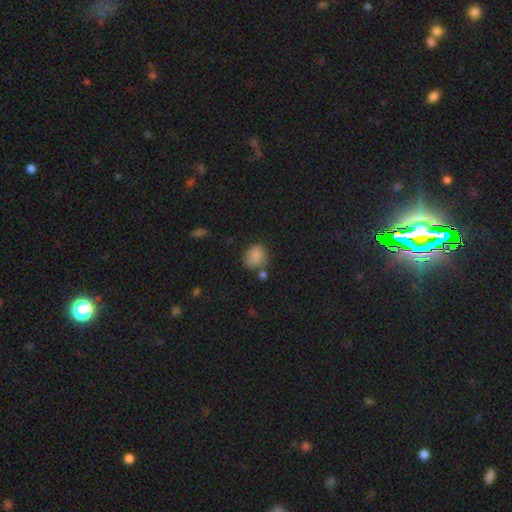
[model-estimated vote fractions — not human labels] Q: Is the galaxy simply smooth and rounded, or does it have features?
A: smooth — 83%.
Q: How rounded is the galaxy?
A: round — 63%.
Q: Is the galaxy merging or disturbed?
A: none — 65%.